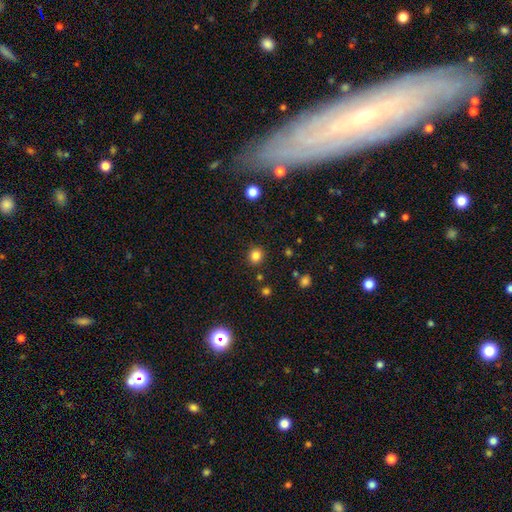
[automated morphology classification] Smooth or featured: smooth — 83% (star or artifact — 12%)
How rounded: round — 86% (in between — 13%)
Merging: none — 89% (minor disturbance — 7%)